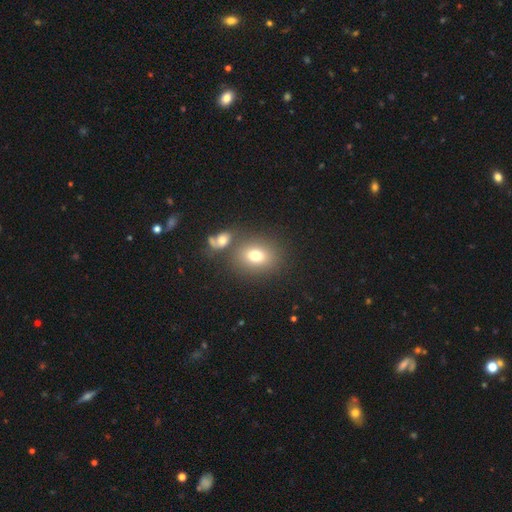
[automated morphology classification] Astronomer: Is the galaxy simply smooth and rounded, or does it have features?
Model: smooth — 74%.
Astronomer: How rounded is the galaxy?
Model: round — 50% (runner-up: in between, 49%).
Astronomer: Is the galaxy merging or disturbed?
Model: none — 69%.